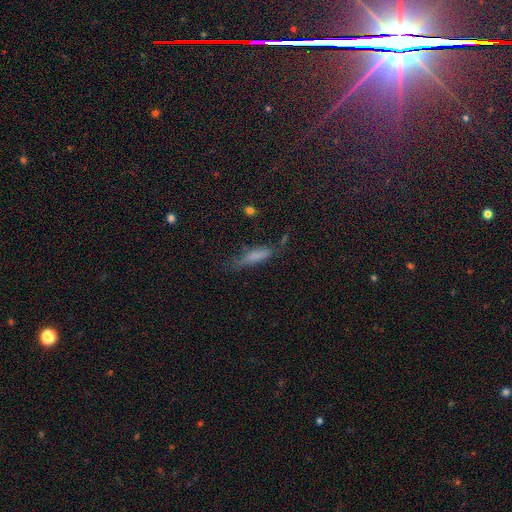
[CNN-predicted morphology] type=smooth (70%); roundness=cigar-shaped (72%); merging=none (58%).